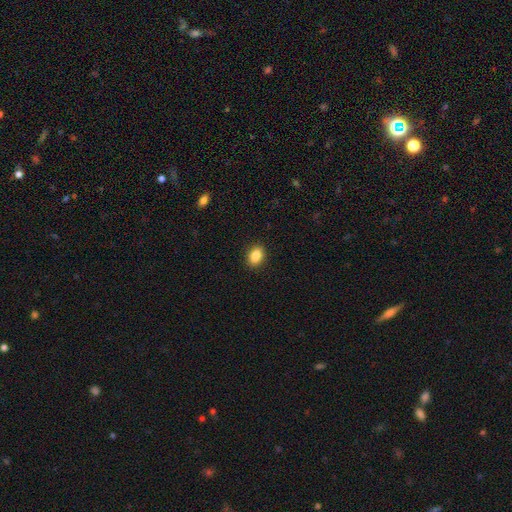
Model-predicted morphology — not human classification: Q: Smooth or featured?
A: smooth (87%); runner-up: star or artifact (9%)
Q: How rounded?
A: in between (78%); runner-up: round (21%)
Q: Merging?
A: none (90%); runner-up: minor disturbance (7%)